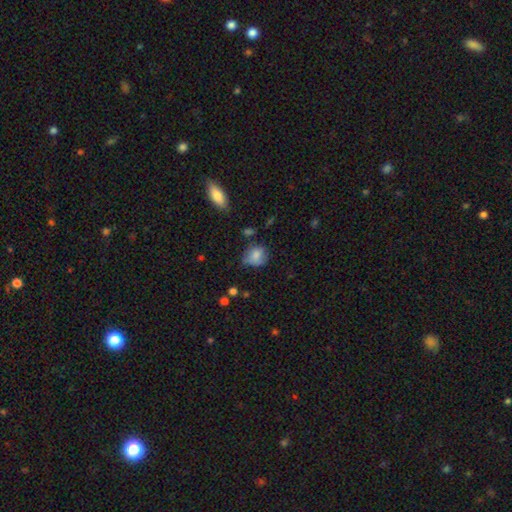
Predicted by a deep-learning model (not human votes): A smooth galaxy with no disk features (76%) that is round (65%). Merging: none (53%).